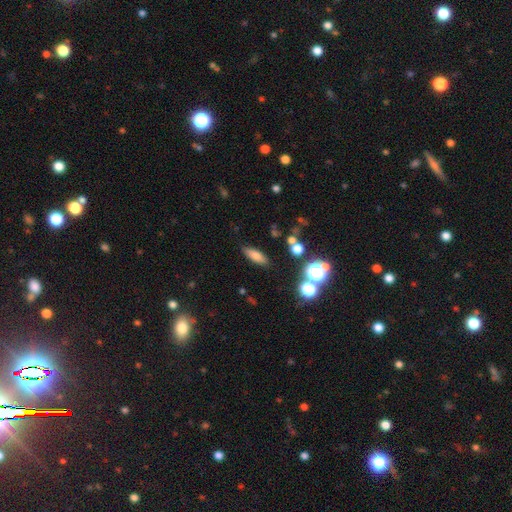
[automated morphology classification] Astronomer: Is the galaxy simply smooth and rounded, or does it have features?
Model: smooth — 72%.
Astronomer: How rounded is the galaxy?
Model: in between — 58% (runner-up: cigar-shaped, 36%).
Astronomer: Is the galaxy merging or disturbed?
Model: none — 85%.